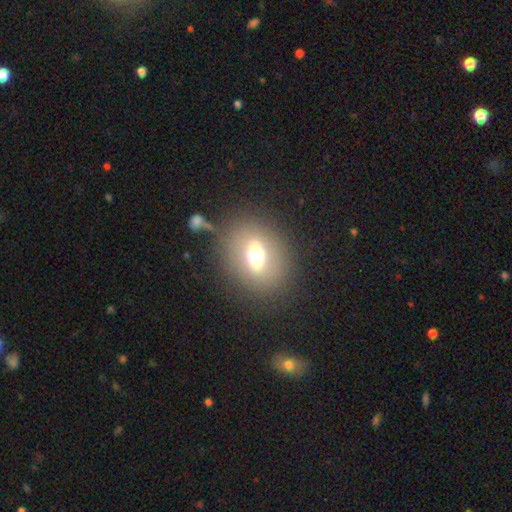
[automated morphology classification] The model was most divided on "how rounded": round: 53%, in between: 45%, cigar-shaped: 2%. More confident: merging — none (78%); smooth or featured — smooth (56%).